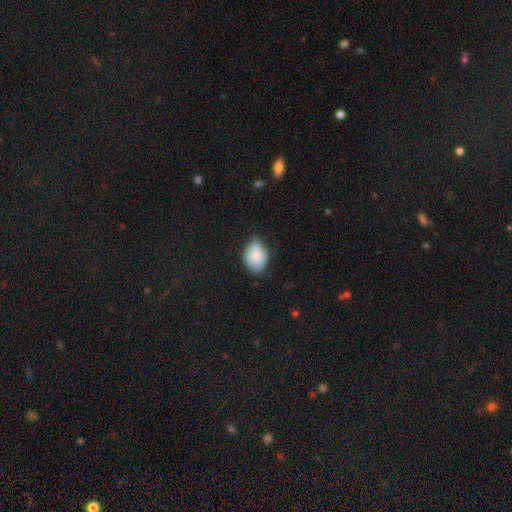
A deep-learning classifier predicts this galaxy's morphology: Smooth or featured? Predicted: smooth (p=0.83). How rounded? Predicted: in between (p=0.76). Merging? Predicted: none (p=0.61).